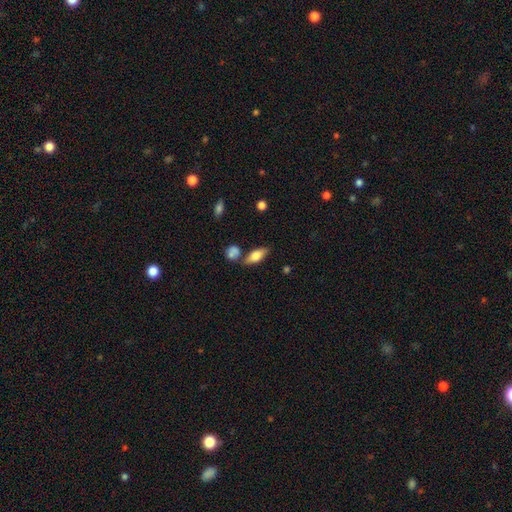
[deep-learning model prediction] The model was most divided on "smooth or featured": smooth: 69%, featured or disk: 24%, star or artifact: 7%. More confident: how rounded — in between (77%); merging — none (70%).